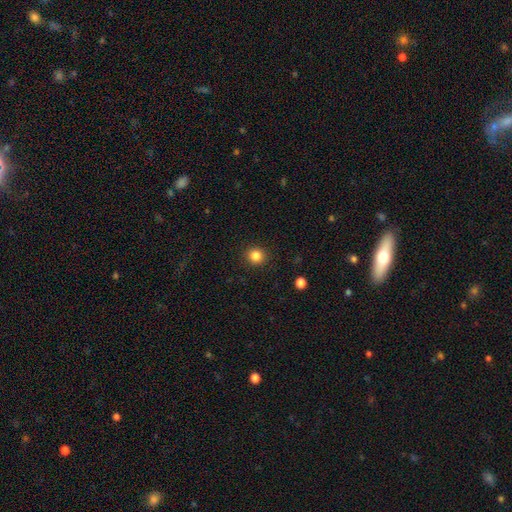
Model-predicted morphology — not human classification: Smooth or featured?
  - smooth: 84% *
  - star or artifact: 11%
  - featured or disk: 4%
How rounded?
  - round: 91% *
  - in between: 8%
  - cigar-shaped: 1%
Merging?
  - none: 92% *
  - minor disturbance: 5%
  - major disturbance: 2%
  - merger: 1%